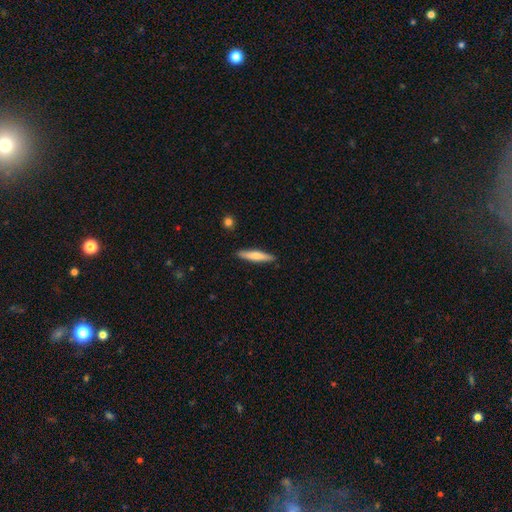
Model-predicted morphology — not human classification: Smooth or featured: smooth — 64% (featured or disk — 31%)
How rounded: cigar-shaped — 88% (in between — 10%)
Merging: none — 89% (minor disturbance — 8%)